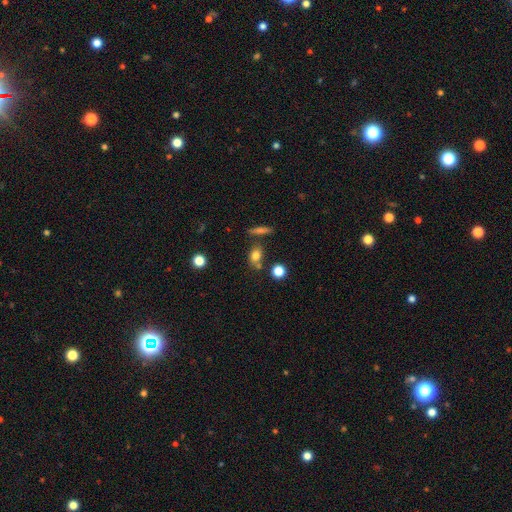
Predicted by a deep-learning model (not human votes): A smooth galaxy with no disk features (77%) that is in between round and cigar-shaped (52%). Merging: none (64%).